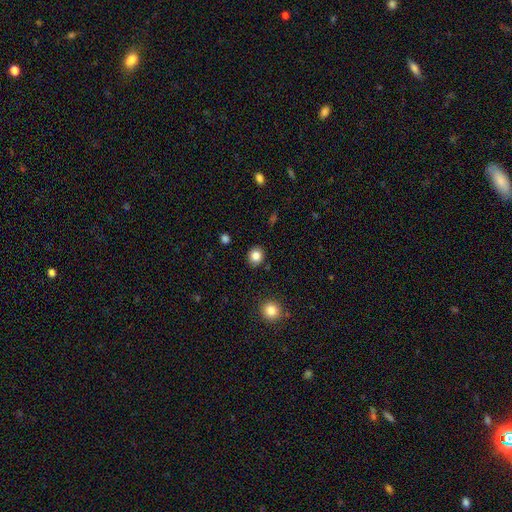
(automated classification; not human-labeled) Q: Smooth or featured?
A: smooth (84%); runner-up: star or artifact (11%)
Q: How rounded?
A: round (83%); runner-up: in between (16%)
Q: Merging?
A: none (90%); runner-up: minor disturbance (7%)